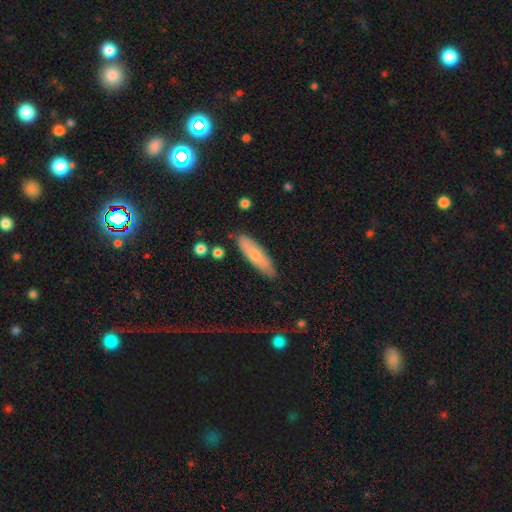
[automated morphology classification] smooth-or-featured: smooth: 70% | featured or disk: 24% | star or artifact: 6%
  how-rounded: cigar-shaped: 59% | in between: 39% | round: 2%
  merging: none: 81% | minor disturbance: 14% | major disturbance: 3% | merger: 2%